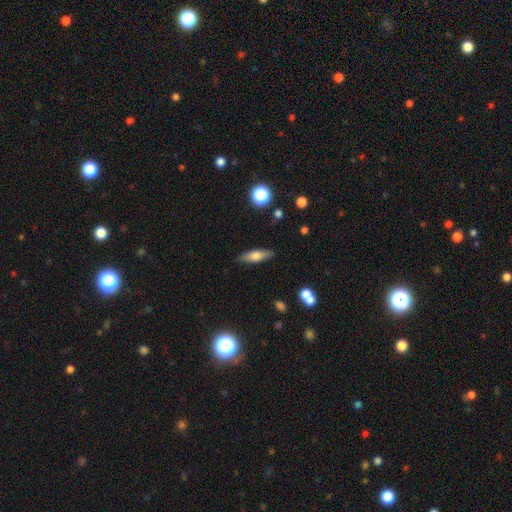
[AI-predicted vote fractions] Smooth or featured?
  - smooth: 59% *
  - featured or disk: 33%
  - star or artifact: 7%
How rounded?
  - cigar-shaped: 52% *
  - in between: 45%
  - round: 3%
Merging?
  - none: 86% *
  - minor disturbance: 10%
  - major disturbance: 2%
  - merger: 2%